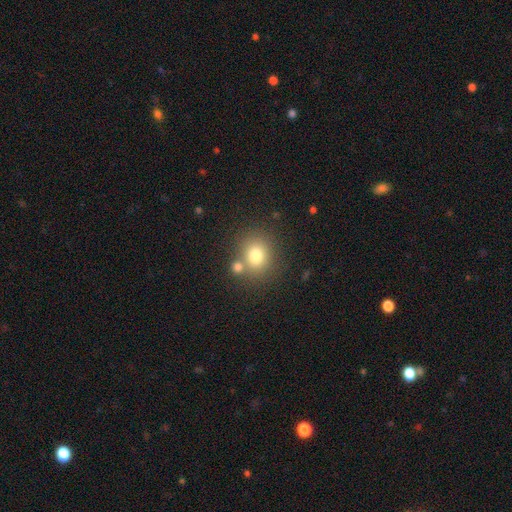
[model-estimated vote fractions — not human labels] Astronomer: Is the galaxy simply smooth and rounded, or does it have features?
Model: smooth — 76%.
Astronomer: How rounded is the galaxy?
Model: round — 76%.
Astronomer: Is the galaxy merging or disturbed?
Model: none — 66%.